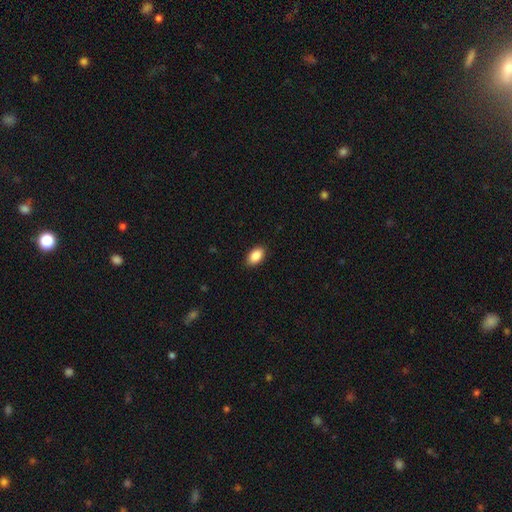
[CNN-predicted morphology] Smooth or featured: smooth — 89% (star or artifact — 7%)
How rounded: in between — 93% (round — 5%)
Merging: none — 89% (minor disturbance — 8%)